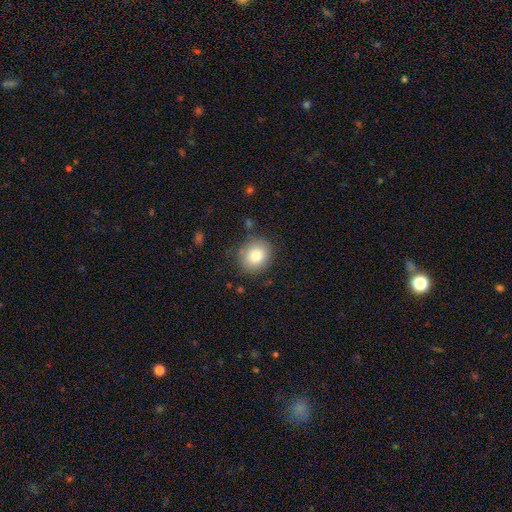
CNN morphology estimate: The model was most divided on "how rounded": round: 83%, in between: 16%, cigar-shaped: 1%. More confident: merging — none (85%); smooth or featured — smooth (79%).